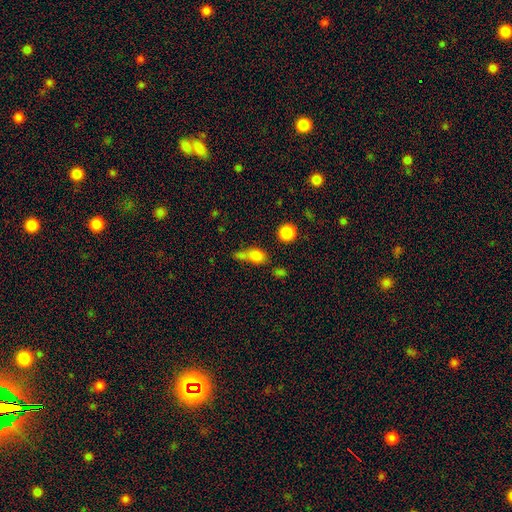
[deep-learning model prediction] Smooth or featured: smooth — 76% (star or artifact — 13%)
How rounded: in between — 55% (round — 36%)
Merging: none — 39% (merger — 36%)